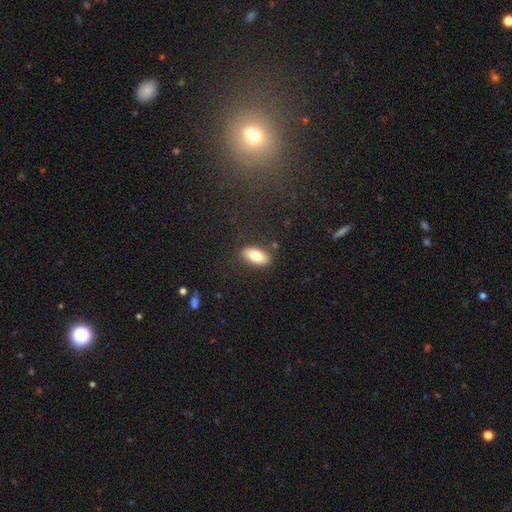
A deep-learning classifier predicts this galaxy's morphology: Smooth or featured: smooth — 78% (featured or disk — 15%)
How rounded: in between — 88% (cigar-shaped — 8%)
Merging: none — 84% (minor disturbance — 11%)